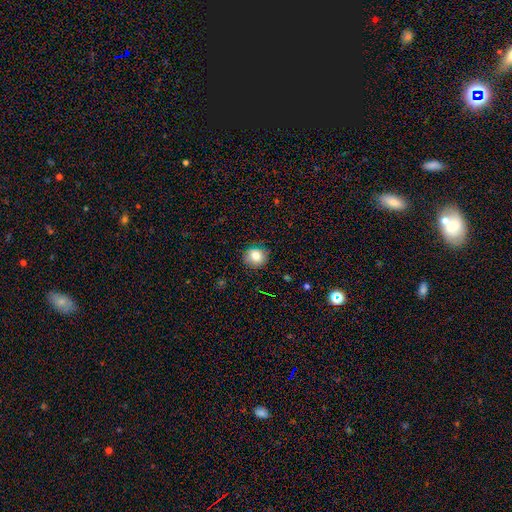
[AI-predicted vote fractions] This appears to be a smooth galaxy with no disk features (80%) that is round (86%). Merging: none (84%).